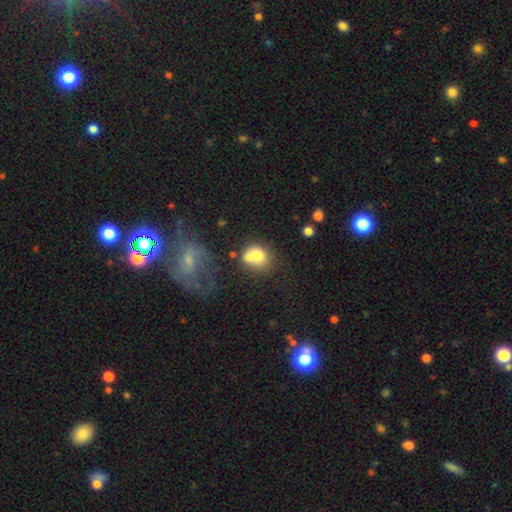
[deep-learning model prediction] A smooth galaxy with no disk features (70%) that is round (59%).

Vote fractions:
- Smooth or featured? smooth: 70% / featured or disk: 19% / star or artifact: 10%
- How rounded? round: 59% / in between: 40% / cigar-shaped: 1%
- Merging? merger: 45% / none: 33% / minor disturbance: 14% / major disturbance: 9%